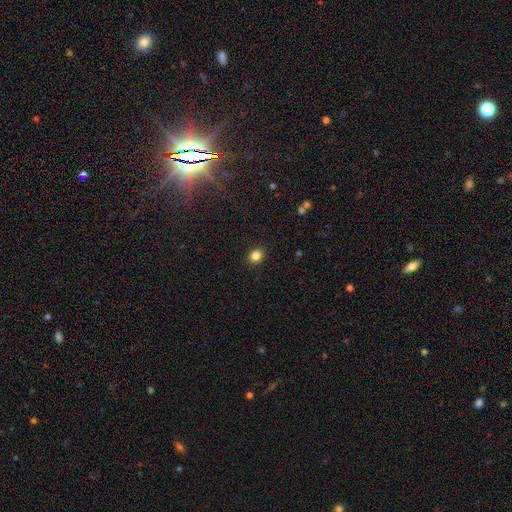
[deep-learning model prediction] Smooth or featured? smooth (85%)
How rounded? round (62%)
Merging? none (91%)